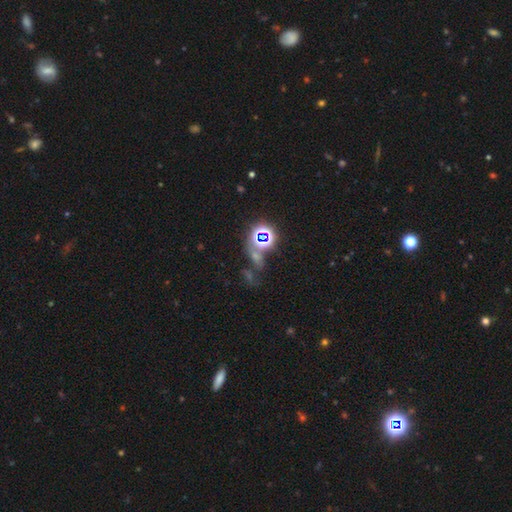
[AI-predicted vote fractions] Q: Smooth or featured?
A: star or artifact (69%); runner-up: smooth (19%)